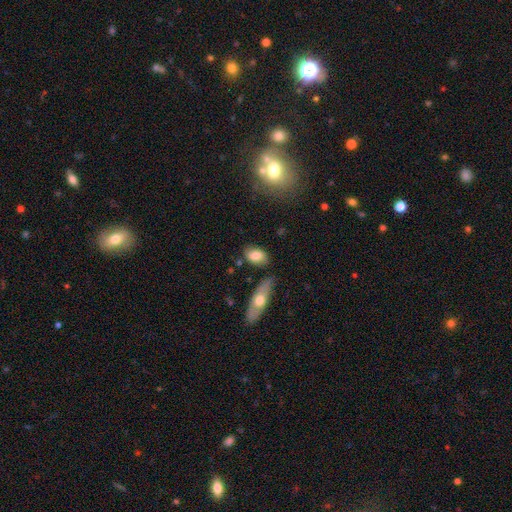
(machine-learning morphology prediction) type=smooth (78%); roundness=in between (87%); merging=none (73%).